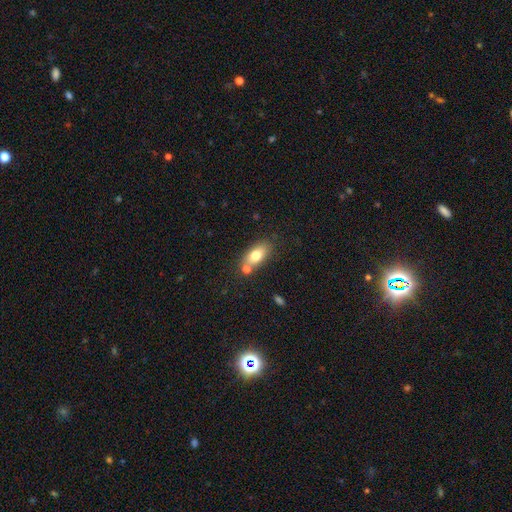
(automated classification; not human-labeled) smooth 74%, featured or disk 17%, star or artifact 9%. Down the decision tree: how rounded — in between (84%); merging — none (64%).